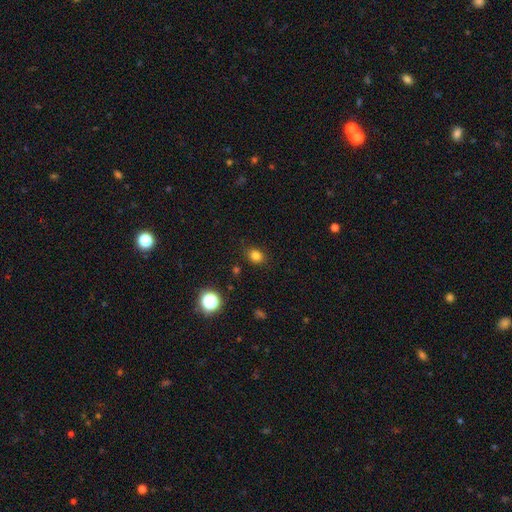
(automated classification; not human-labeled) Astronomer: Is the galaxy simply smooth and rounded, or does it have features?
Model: smooth — 80%.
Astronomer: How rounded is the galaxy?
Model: round — 52% (runner-up: in between, 47%).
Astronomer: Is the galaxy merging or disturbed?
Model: none — 85%.